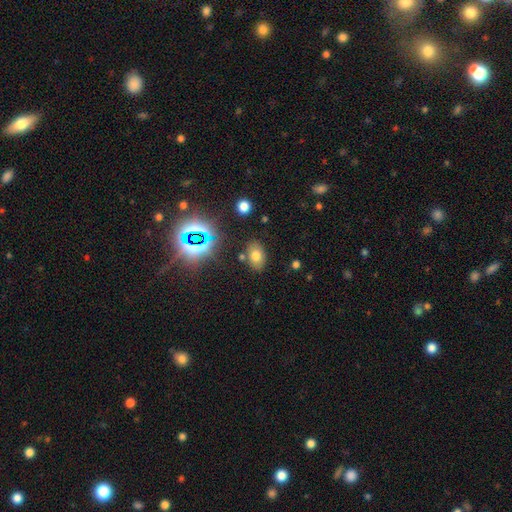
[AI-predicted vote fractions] smooth-or-featured: smooth: 68% | star or artifact: 19% | featured or disk: 13%
  how-rounded: in between: 84% | round: 15% | cigar-shaped: 1%
  merging: none: 80% | minor disturbance: 11% | merger: 5% | major disturbance: 4%